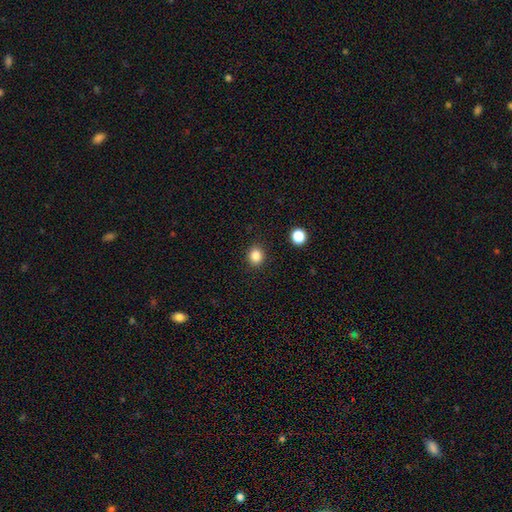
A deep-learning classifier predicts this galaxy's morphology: A smooth galaxy with no disk features (85%) that is round (79%).

Vote fractions:
- Smooth or featured? smooth: 85% / star or artifact: 11% / featured or disk: 4%
- How rounded? round: 79% / in between: 20% / cigar-shaped: 1%
- Merging? none: 90% / minor disturbance: 6% / major disturbance: 2% / merger: 1%